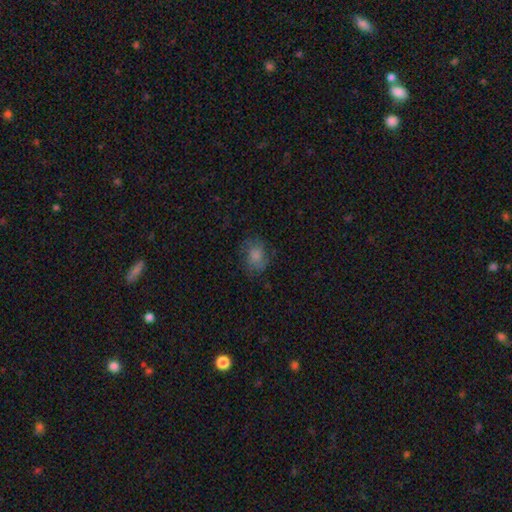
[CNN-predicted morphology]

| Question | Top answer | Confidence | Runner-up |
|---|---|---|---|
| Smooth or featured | smooth | 67% | featured or disk (21%) |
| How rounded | in between | 56% | round (43%) |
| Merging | none | 65% | minor disturbance (21%) |